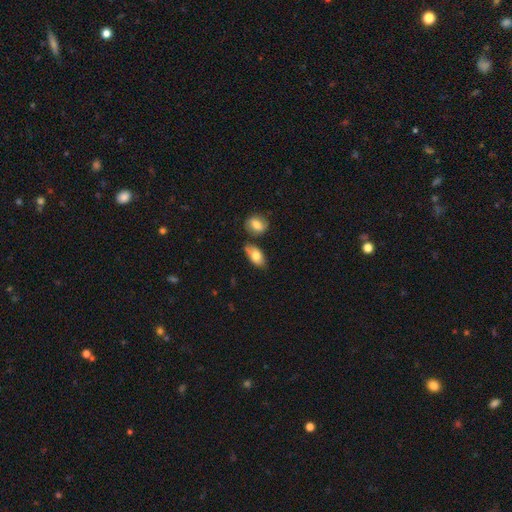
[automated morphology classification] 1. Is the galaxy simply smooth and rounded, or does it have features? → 77% smooth, 16% featured or disk, 7% star or artifact.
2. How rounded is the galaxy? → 90% in between, 5% cigar-shaped, 5% round.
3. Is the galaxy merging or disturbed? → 64% none, 19% minor disturbance, 14% merger, 4% major disturbance.